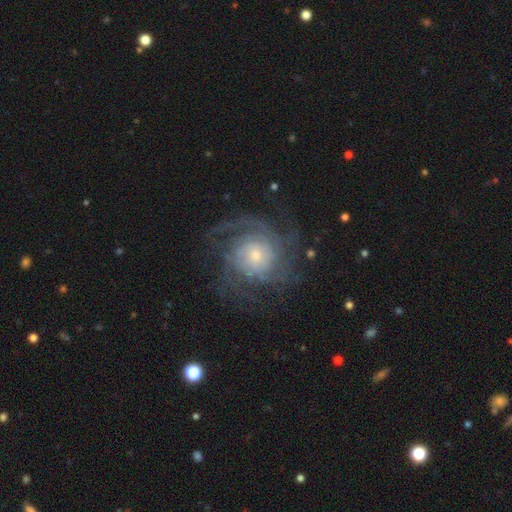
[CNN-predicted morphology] Smooth or featured: featured or disk — 84% (smooth — 10%)
Edge-on disk: no — 97% (yes — 3%)
Bar: no — 76% (weak — 19%)
Spiral arms: yes — 95% (no — 5%)
Spiral winding: tight — 63% (medium — 27%)
Spiral arm count: can't tell — 35% (4 — 17%)
Bulge size: small — 64% (moderate — 27%)
Merging: none — 70% (major disturbance — 15%)